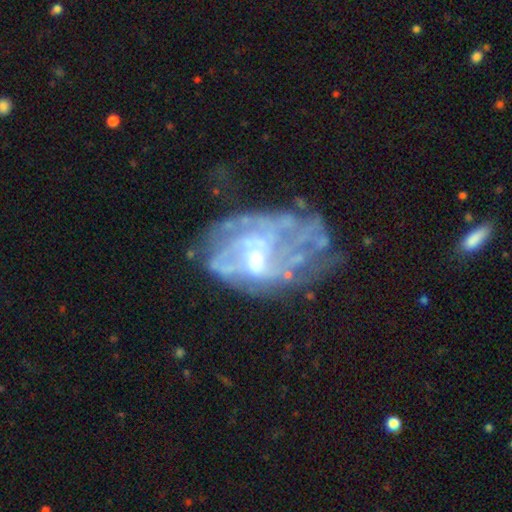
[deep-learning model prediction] Overall: featured or disk (81%). Edge-on disk: no (97%). Bar: no (60%; weak 33%). Spiral arms: yes (71%). Spiral arm count: can't tell (49%; 2 14%). Spiral winding: tight (41%; medium 37%). Bulge size: small (64%; moderate 24%). Merging: none (40%; major disturbance 31%).